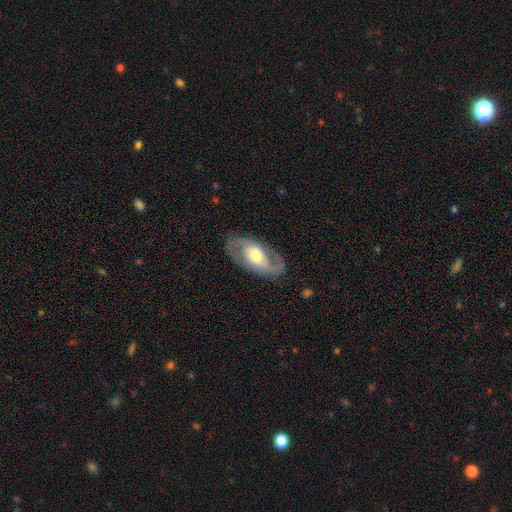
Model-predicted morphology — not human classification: Smooth or featured?
  - featured or disk: 76% *
  - smooth: 19%
  - star or artifact: 5%
Edge-on disk?
  - no: 93% *
  - yes: 7%
Bar?
  - no: 49% *
  - weak: 34%
  - strong: 17%
Spiral arms?
  - yes: 81% *
  - no: 19%
Spiral winding?
  - medium: 49% *
  - tight: 26%
  - loose: 25%
Spiral arm count?
  - 2: 86% *
  - can't tell: 8%
  - 1: 3%
  - 3: 1%
  - 4: 1%
  - more than 4: 1%
Bulge size?
  - moderate: 64% *
  - small: 20%
  - large: 13%
  - dominant: 1%
  - none: 1%
Merging?
  - none: 81% *
  - minor disturbance: 12%
  - major disturbance: 6%
  - merger: 1%